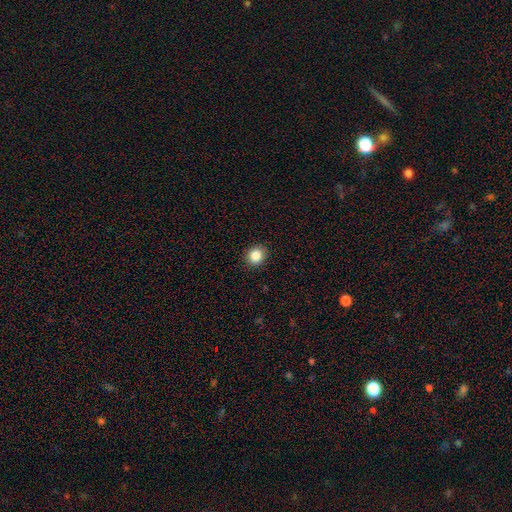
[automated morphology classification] type=smooth (85%); roundness=round (82%); merging=none (91%).